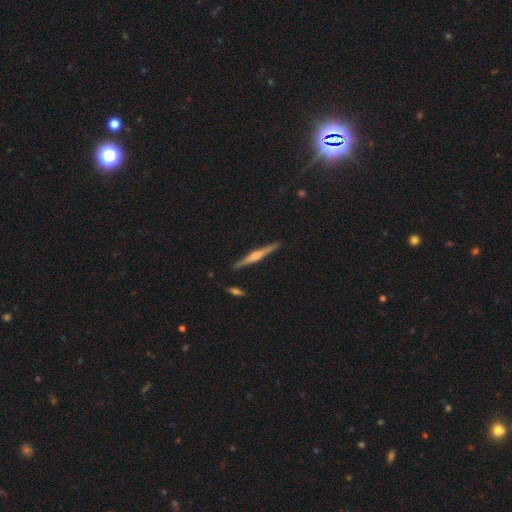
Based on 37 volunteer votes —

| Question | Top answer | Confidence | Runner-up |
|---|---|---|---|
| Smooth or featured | featured or disk | 73% | smooth (27%) |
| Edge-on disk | yes | 100% | — |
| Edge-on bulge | rounded | 89% | boxy (11%) |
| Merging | none | 89% | minor disturbance (5%) |